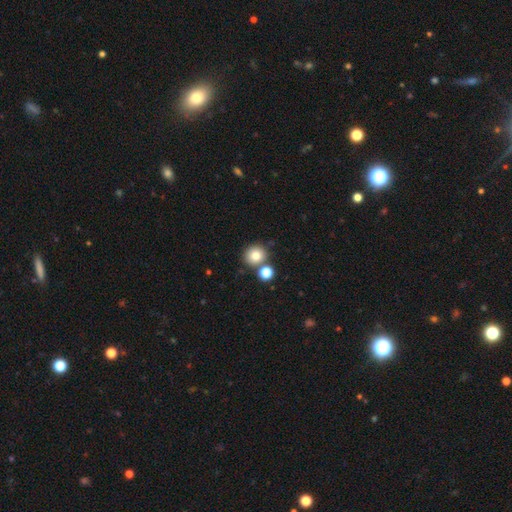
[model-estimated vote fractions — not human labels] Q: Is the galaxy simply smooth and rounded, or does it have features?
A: smooth — 81%.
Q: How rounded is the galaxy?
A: round — 87%.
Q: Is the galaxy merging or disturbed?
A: none — 71%.